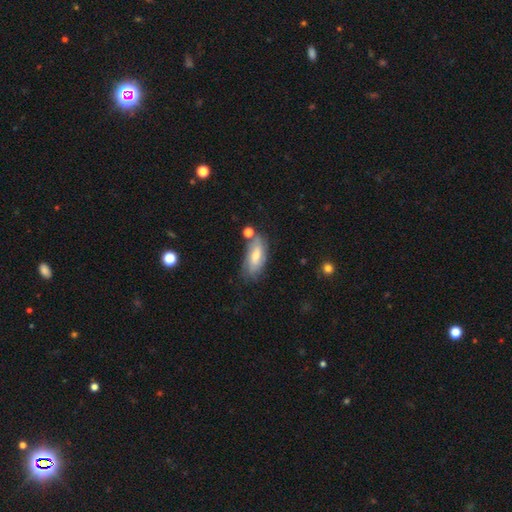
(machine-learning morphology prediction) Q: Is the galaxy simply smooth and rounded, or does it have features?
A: smooth — 59%.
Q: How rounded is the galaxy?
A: in between — 80%.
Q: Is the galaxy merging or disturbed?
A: none — 59%.